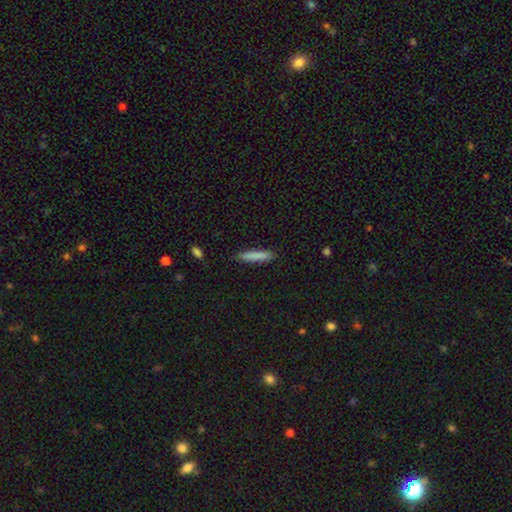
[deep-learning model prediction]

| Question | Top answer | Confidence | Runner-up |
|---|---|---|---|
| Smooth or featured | smooth | 84% | featured or disk (10%) |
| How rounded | cigar-shaped | 89% | in between (10%) |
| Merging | none | 86% | minor disturbance (11%) |